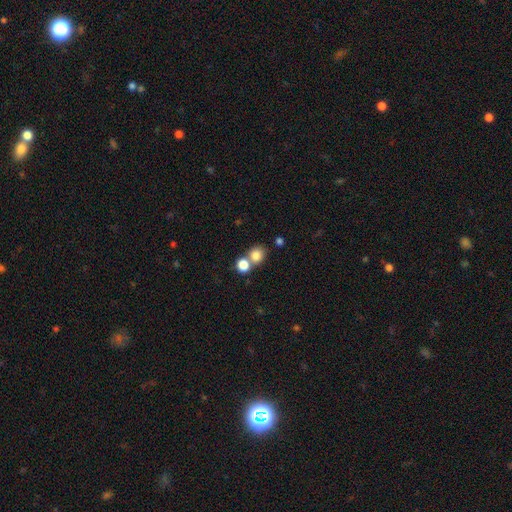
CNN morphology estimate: Smooth or featured?
  - smooth: 81% *
  - star or artifact: 12%
  - featured or disk: 8%
How rounded?
  - round: 74% *
  - in between: 25%
  - cigar-shaped: 1%
Merging?
  - none: 49% *
  - merger: 40%
  - minor disturbance: 7%
  - major disturbance: 3%